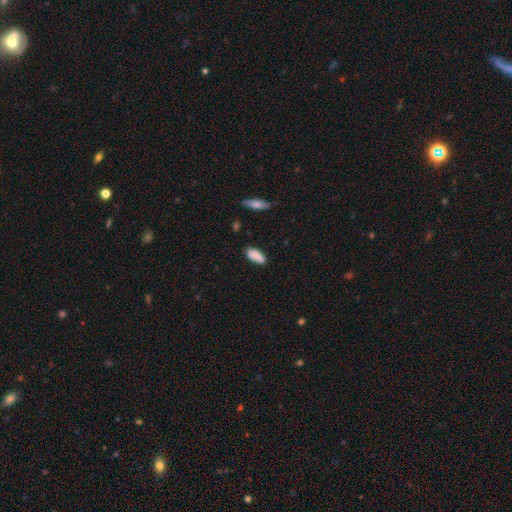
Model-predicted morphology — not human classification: Smooth or featured? smooth (86%)
How rounded? in between (86%)
Merging? none (76%)